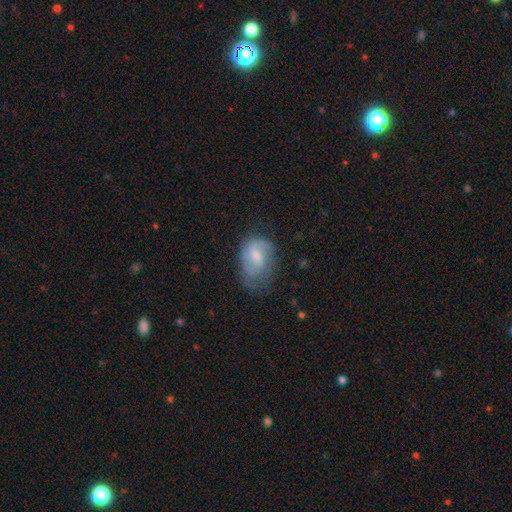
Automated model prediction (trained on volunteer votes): Smooth or featured?
  - featured or disk: 52% *
  - smooth: 41%
  - star or artifact: 8%
Edge-on disk?
  - no: 97% *
  - yes: 3%
Merging?
  - none: 46% *
  - minor disturbance: 32%
  - major disturbance: 20%
  - merger: 2%